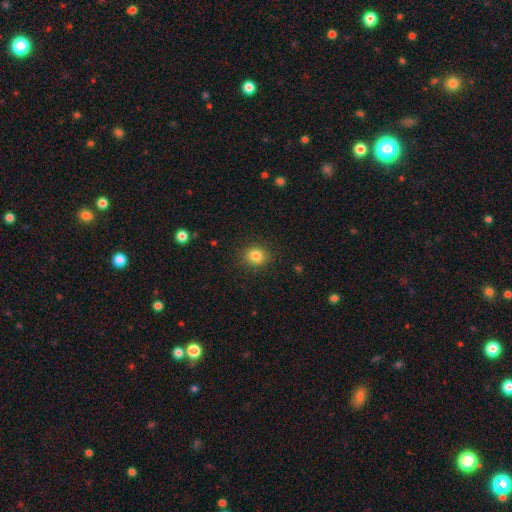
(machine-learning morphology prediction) Overall: smooth (83%). How rounded: round (80%). Merging: none (87%).